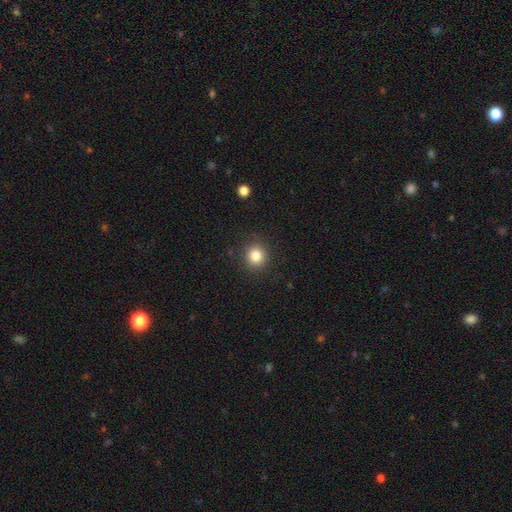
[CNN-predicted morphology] The model was most divided on "smooth or featured": smooth: 83%, star or artifact: 11%, featured or disk: 6%. More confident: how rounded — round (91%); merging — none (90%).